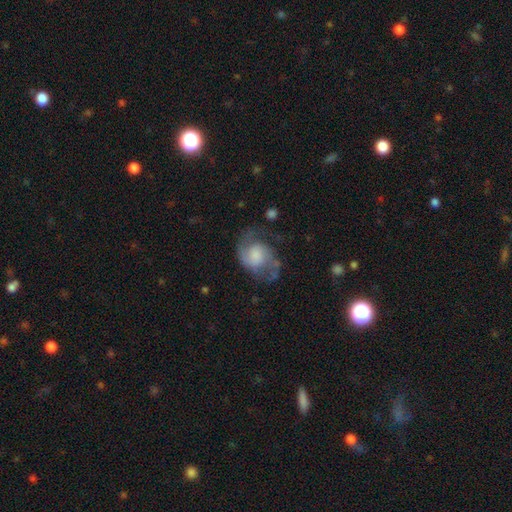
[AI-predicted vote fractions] Smooth or featured? Predicted: featured or disk (p=0.73). Edge-on disk? Predicted: no (p=0.98). Bar? Predicted: no (p=0.67). Spiral arms? Predicted: yes (p=0.92). Spiral winding? Predicted: medium (p=0.51). Spiral arm count? Predicted: 2 (p=0.86). Bulge size? Predicted: large (p=0.30). Merging? Predicted: none (p=0.58).